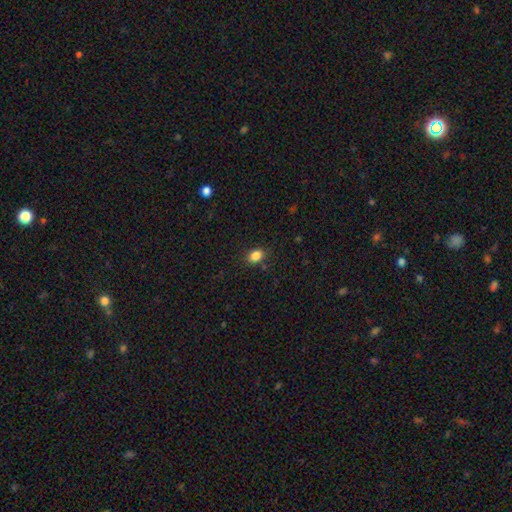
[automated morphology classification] A smooth galaxy with no disk features (86%) that is in between round and cigar-shaped (72%).

Vote fractions:
- Smooth or featured? smooth: 86% / star or artifact: 10% / featured or disk: 4%
- How rounded? in between: 72% / round: 27% / cigar-shaped: 1%
- Merging? none: 85% / minor disturbance: 10% / major disturbance: 3% / merger: 2%